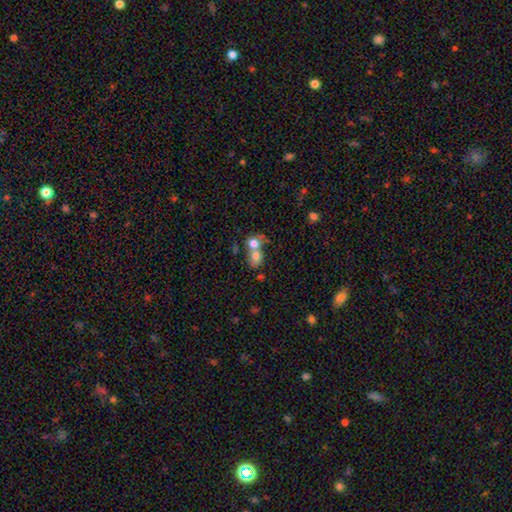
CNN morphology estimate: A smooth galaxy with no disk features (75%) that is round (53%).

Vote fractions:
- Smooth or featured? smooth: 75% / featured or disk: 15% / star or artifact: 11%
- How rounded? round: 53% / in between: 46% / cigar-shaped: 1%
- Merging? merger: 66% / none: 23% / minor disturbance: 7% / major disturbance: 4%